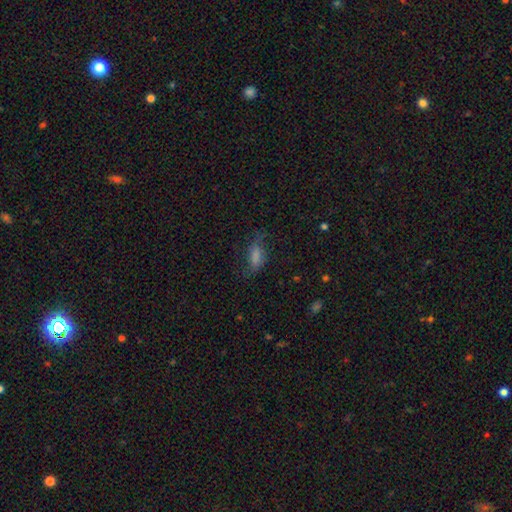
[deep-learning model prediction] smooth_or_featured: smooth (p=0.50) [alt: featured or disk p=0.33]
how_rounded: in between (p=0.70) [alt: cigar-shaped p=0.24]
merging: none (p=0.58) [alt: minor disturbance p=0.22]